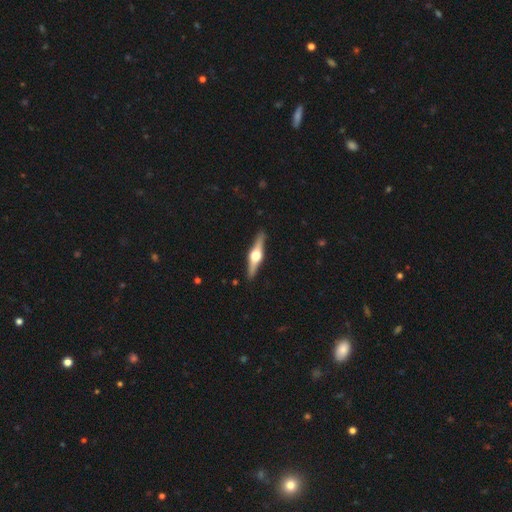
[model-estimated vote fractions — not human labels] A featured or disk galaxy (78%) viewed edge-on (98%) with a rounded central bulge (96%).

Vote fractions:
- Smooth or featured? featured or disk: 78% / smooth: 18% / star or artifact: 5%
- Edge-on disk? yes: 98% / no: 2%
- Edge-on bulge? rounded: 96% / boxy: 3% / none: 1%
- Merging? none: 91% / minor disturbance: 6% / major disturbance: 1% / merger: 1%